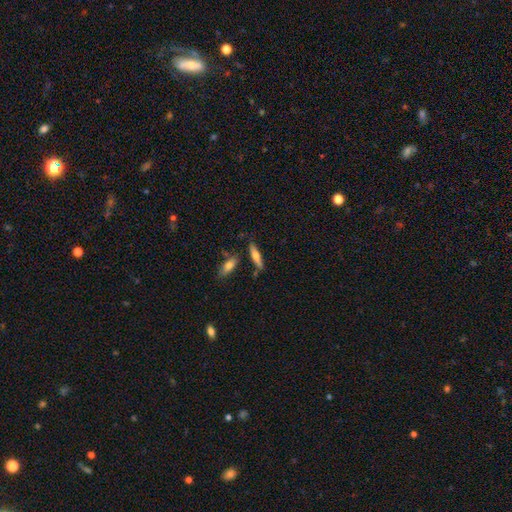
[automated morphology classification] smooth-or-featured: smooth: 59% | featured or disk: 34% | star or artifact: 7%
  how-rounded: cigar-shaped: 72% | in between: 26% | round: 2%
  merging: none: 72% | minor disturbance: 16% | merger: 8% | major disturbance: 4%